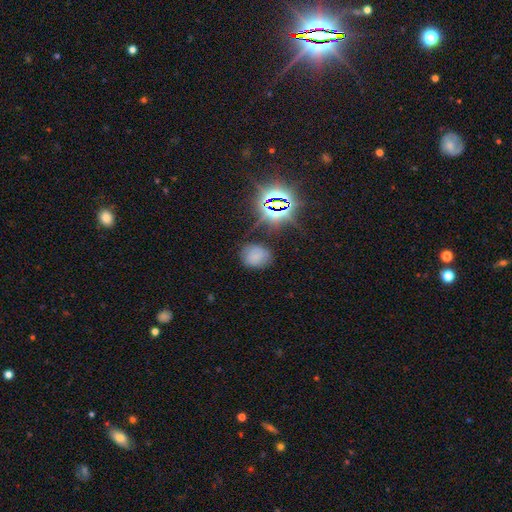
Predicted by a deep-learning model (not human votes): smooth-or-featured: smooth: 64% | star or artifact: 26% | featured or disk: 11%
  how-rounded: round: 56% | in between: 43% | cigar-shaped: 1%
  merging: none: 72% | minor disturbance: 18% | major disturbance: 6% | merger: 3%